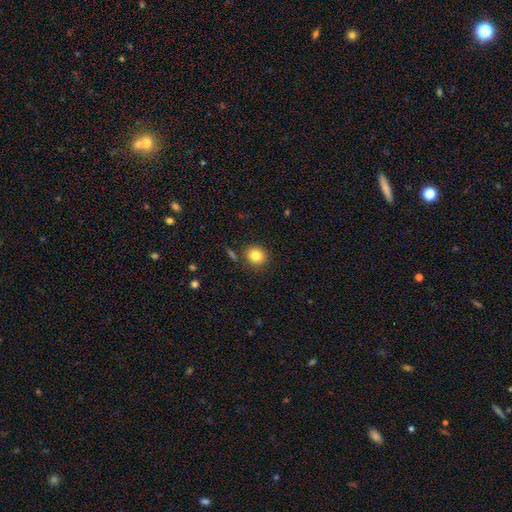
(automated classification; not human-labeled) smooth 83%, star or artifact 10%, featured or disk 7%. Down the decision tree: how rounded — round (84%); merging — none (85%).